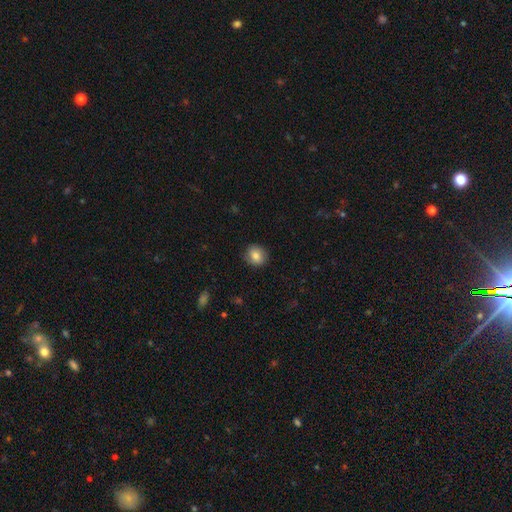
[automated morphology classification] This is clearly a smooth galaxy (80%). How rounded: likely round (76%). Merging: clearly none (86%).